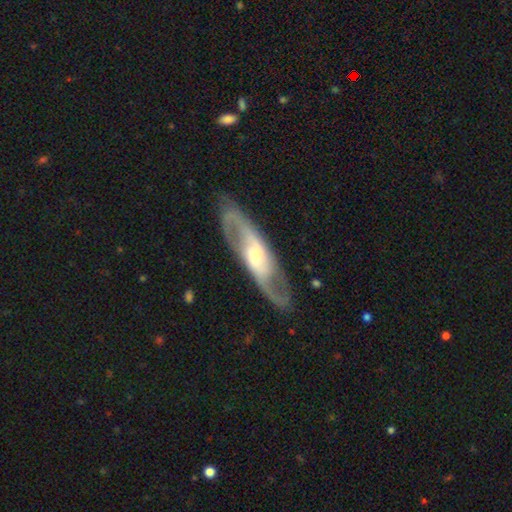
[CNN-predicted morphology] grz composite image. It shows a featured or disk galaxy (82%) with a weak bar (42%), 2 (89%) medium (48%) spiral arms (93%) and a moderate central bulge (48%). Merging: none (82%).